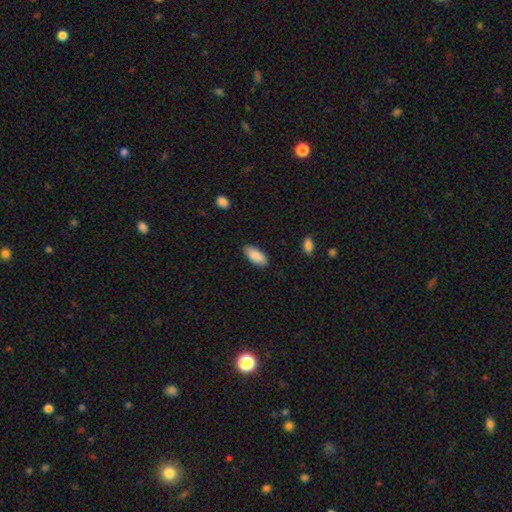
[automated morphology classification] type=smooth (89%); roundness=in between (88%); merging=none (86%).